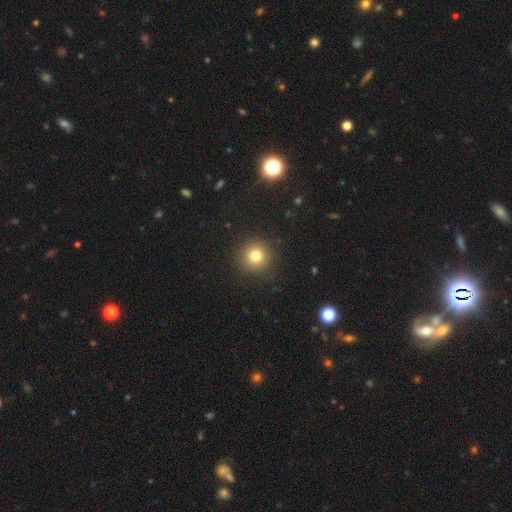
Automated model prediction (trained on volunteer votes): A smooth galaxy with no disk features (78%) that is round (94%). Merging: none (90%).